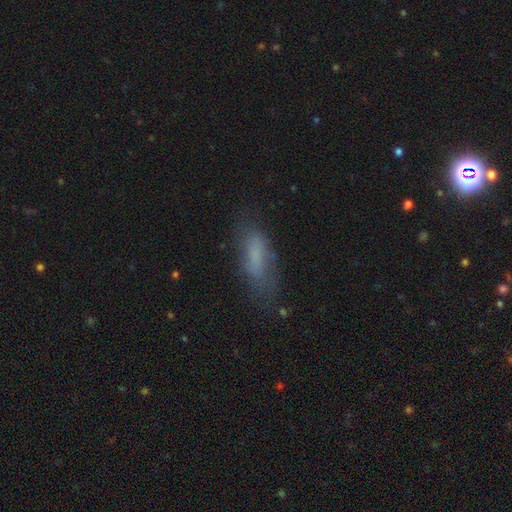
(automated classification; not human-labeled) Q: Smooth or featured?
A: smooth (69%); runner-up: featured or disk (20%)
Q: How rounded?
A: in between (57%); runner-up: cigar-shaped (41%)
Q: Merging?
A: none (63%); runner-up: minor disturbance (24%)